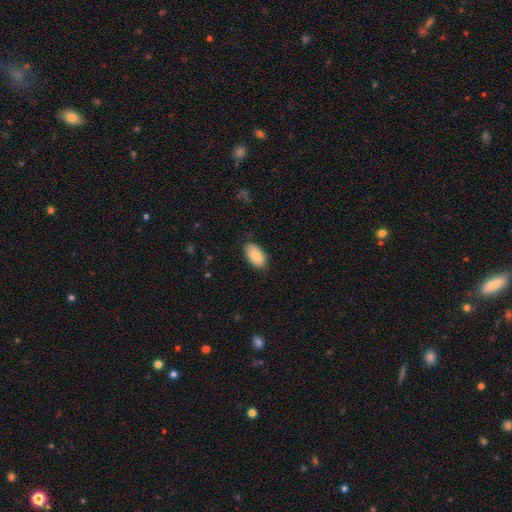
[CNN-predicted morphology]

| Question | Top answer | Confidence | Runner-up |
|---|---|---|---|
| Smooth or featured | smooth | 83% | featured or disk (11%) |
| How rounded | in between | 95% | round (4%) |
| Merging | none | 80% | minor disturbance (16%) |